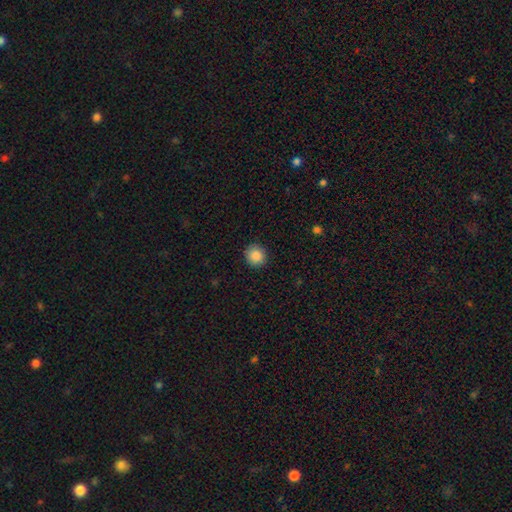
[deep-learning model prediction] Smooth or featured? Predicted: smooth (p=0.88). How rounded? Predicted: round (p=0.90). Merging? Predicted: none (p=0.90).